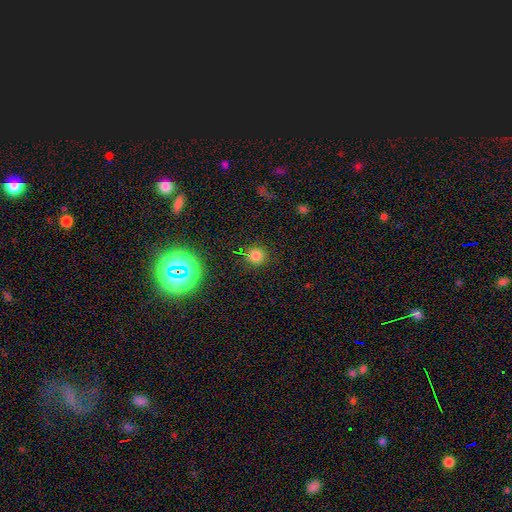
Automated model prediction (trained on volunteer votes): Smooth or featured? Predicted: smooth (p=0.74). How rounded? Predicted: round (p=0.92). Merging? Predicted: none (p=0.88).